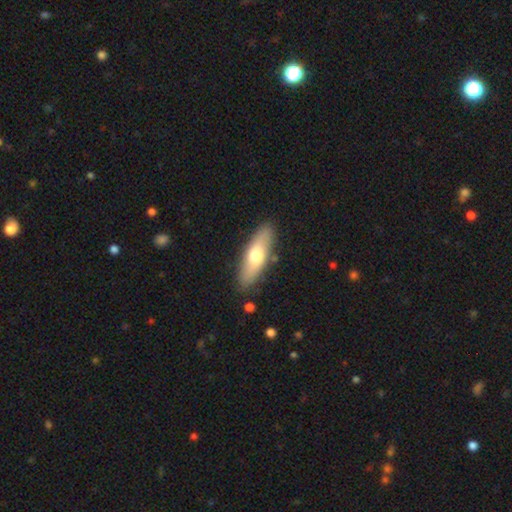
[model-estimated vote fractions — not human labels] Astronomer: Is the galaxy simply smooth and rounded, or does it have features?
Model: smooth — 62%.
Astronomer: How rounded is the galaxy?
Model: in between — 56% (runner-up: cigar-shaped, 42%).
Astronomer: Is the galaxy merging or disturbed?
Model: none — 85%.